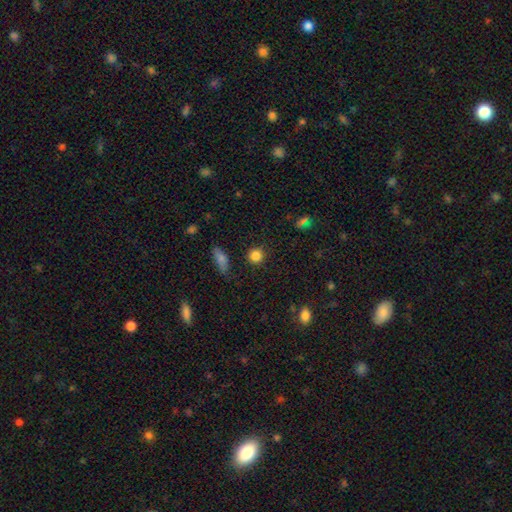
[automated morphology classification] This is clearly a smooth galaxy (84%). How rounded: clearly round (91%). Merging: clearly none (87%).